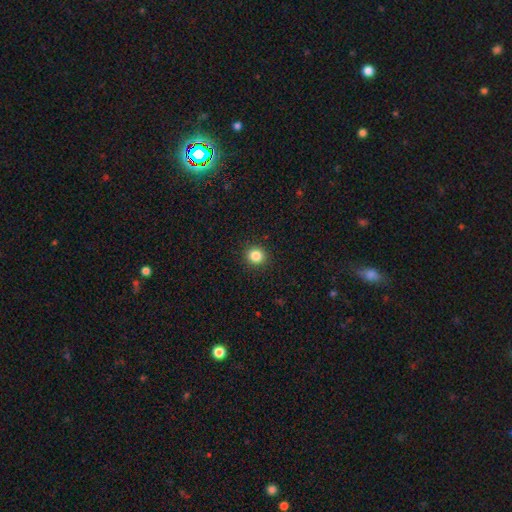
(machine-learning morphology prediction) The model was most divided on "smooth or featured": smooth: 85%, star or artifact: 11%, featured or disk: 4%. More confident: merging — none (92%); how rounded — round (90%).